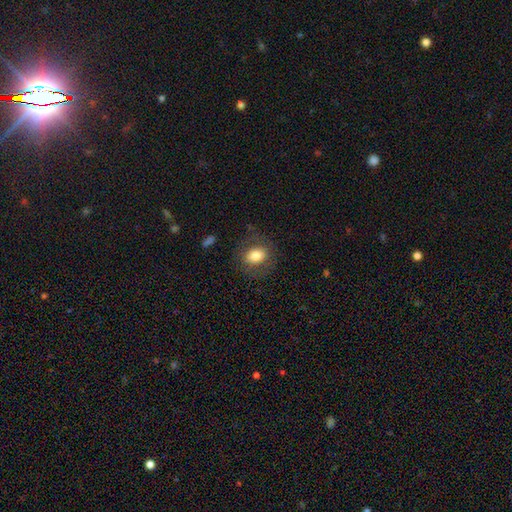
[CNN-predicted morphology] This is likely a smooth galaxy (75%). How rounded: possibly in between (60%). Merging: likely none (78%).